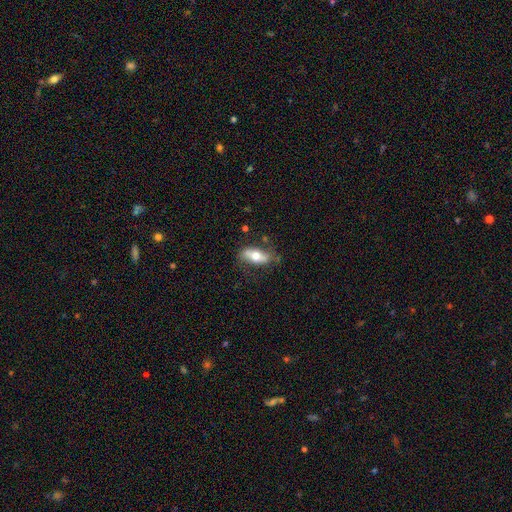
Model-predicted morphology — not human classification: Smooth or featured: smooth — 53% (featured or disk — 40%)
How rounded: in between — 73% (cigar-shaped — 22%)
Merging: none — 71% (minor disturbance — 20%)